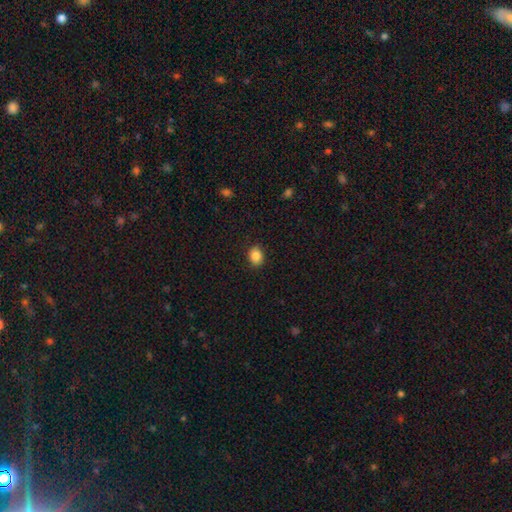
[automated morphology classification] smooth_or_featured: smooth (p=0.86) [alt: star or artifact p=0.09]
how_rounded: in between (p=0.53) [alt: round p=0.46]
merging: none (p=0.88) [alt: minor disturbance p=0.09]